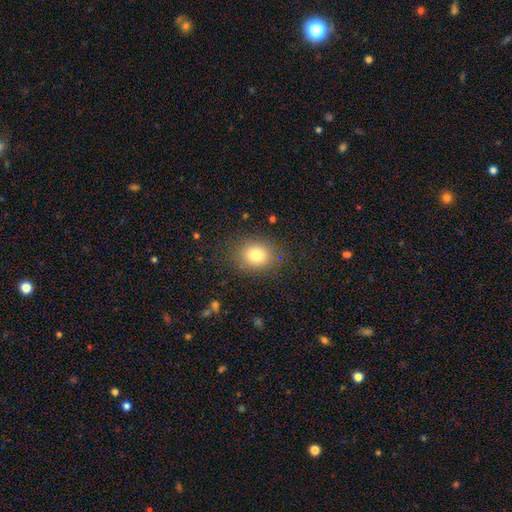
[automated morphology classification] A smooth galaxy with no disk features (79%) that is round (57%). Merging: none (85%).